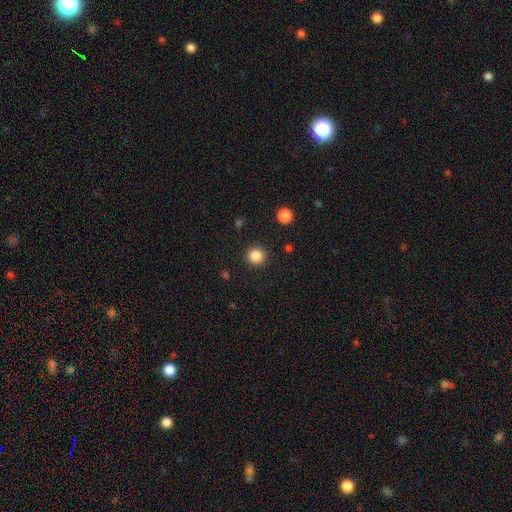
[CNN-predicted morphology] smooth-or-featured: smooth: 85% | star or artifact: 11% | featured or disk: 4%
  how-rounded: round: 94% | in between: 5% | cigar-shaped: 1%
  merging: none: 91% | minor disturbance: 5% | major disturbance: 2% | merger: 1%